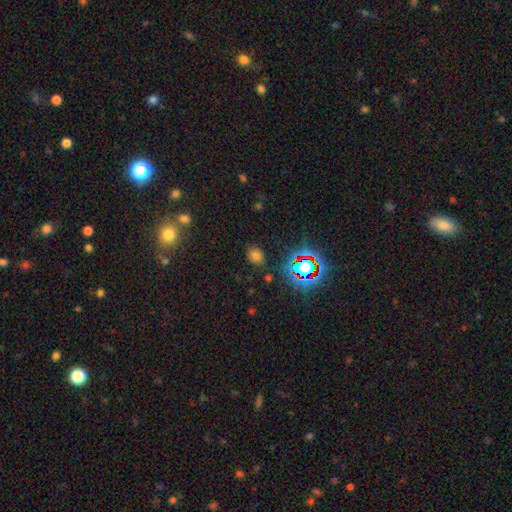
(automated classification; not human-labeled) Overall: smooth (63%; star or artifact 30%). How rounded: in between (53%; round 46%). Merging: none (83%).